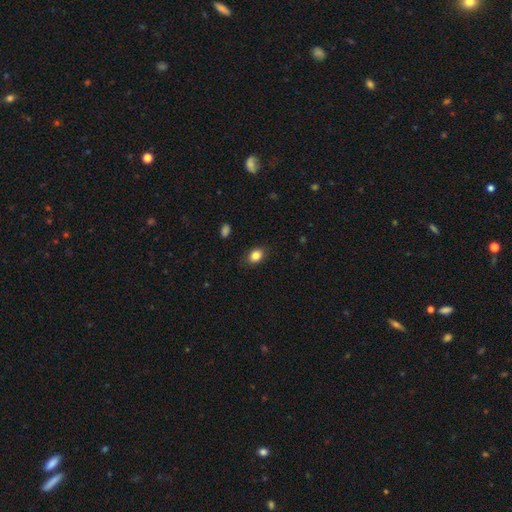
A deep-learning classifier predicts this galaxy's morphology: The model was most divided on "how rounded": in between: 67%, round: 32%, cigar-shaped: 1%. More confident: merging — none (86%); smooth or featured — smooth (84%).